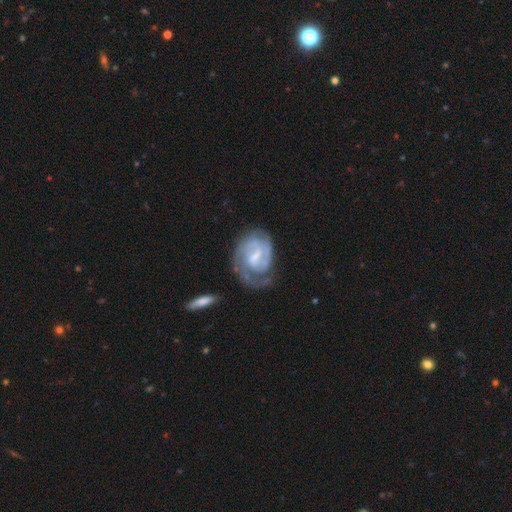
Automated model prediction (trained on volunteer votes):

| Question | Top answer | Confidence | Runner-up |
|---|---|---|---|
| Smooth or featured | featured or disk | 83% | smooth (12%) |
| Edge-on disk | no | 97% | yes (3%) |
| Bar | weak | 58% | strong (22%) |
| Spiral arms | yes | 92% | no (8%) |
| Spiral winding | tight | 53% | medium (37%) |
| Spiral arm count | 2 | 49% | can't tell (20%) |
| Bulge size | small | 40% | moderate (34%) |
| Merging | none | 53% | minor disturbance (24%) |